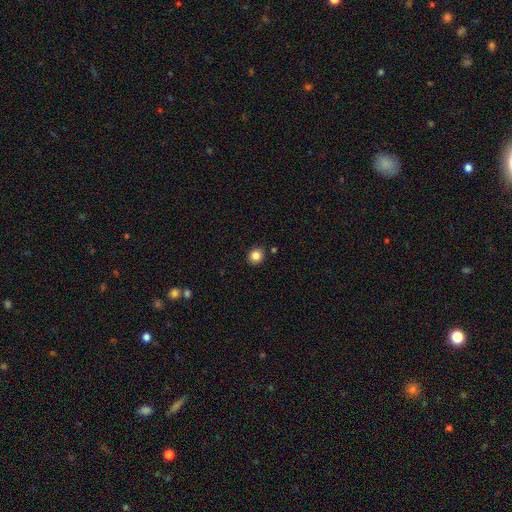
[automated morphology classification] Smooth or featured? Predicted: smooth (p=0.84). How rounded? Predicted: round (p=0.88). Merging? Predicted: none (p=0.89).